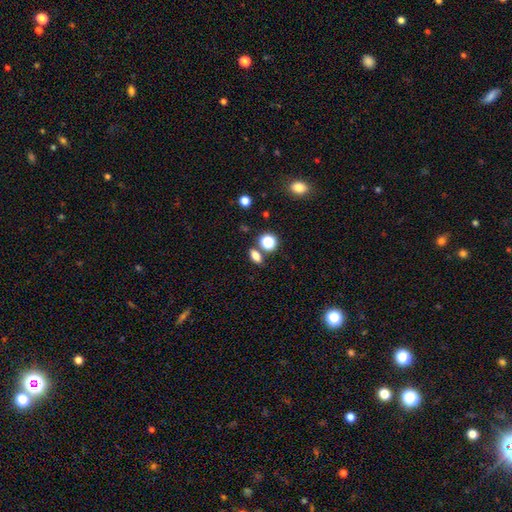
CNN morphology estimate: smooth 76%, star or artifact 15%, featured or disk 9%. Down the decision tree: how rounded — in between (73%); merging — none (74%).